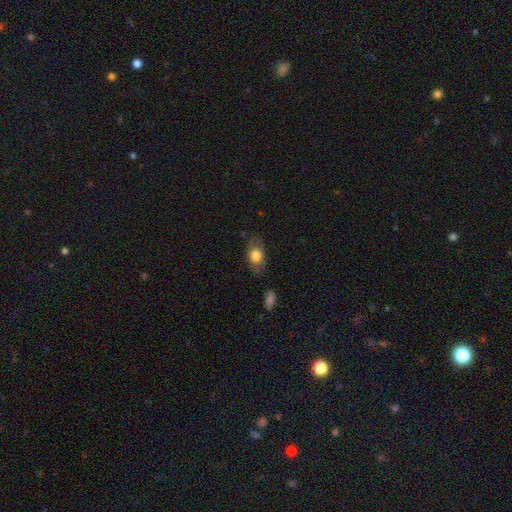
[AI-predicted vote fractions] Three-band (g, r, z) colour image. It shows a smooth galaxy with no disk features (70%) that is in between round and cigar-shaped (82%). Merging: none (74%).